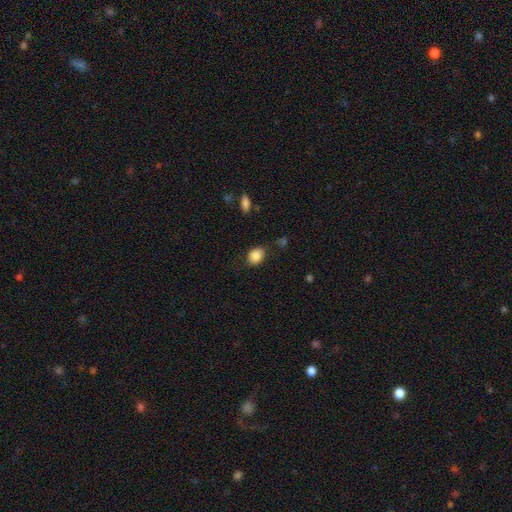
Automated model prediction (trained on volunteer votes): smooth_or_featured: smooth (p=0.86) [alt: star or artifact p=0.08]
how_rounded: in between (p=0.65) [alt: round p=0.34]
merging: none (p=0.76) [alt: minor disturbance p=0.18]